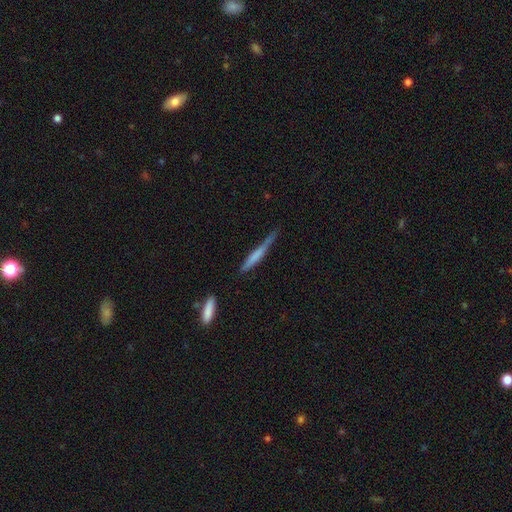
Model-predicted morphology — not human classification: This appears to be a smooth galaxy with no disk features (60%) that is cigar-shaped (94%). Merging: none (58%).